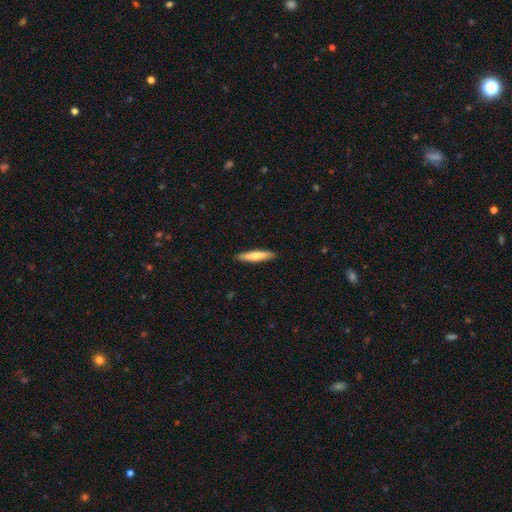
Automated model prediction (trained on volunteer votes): Smooth or featured?
  - smooth: 67% *
  - featured or disk: 28%
  - star or artifact: 5%
How rounded?
  - cigar-shaped: 87% *
  - in between: 11%
  - round: 1%
Merging?
  - none: 91% *
  - minor disturbance: 7%
  - major disturbance: 1%
  - merger: 1%